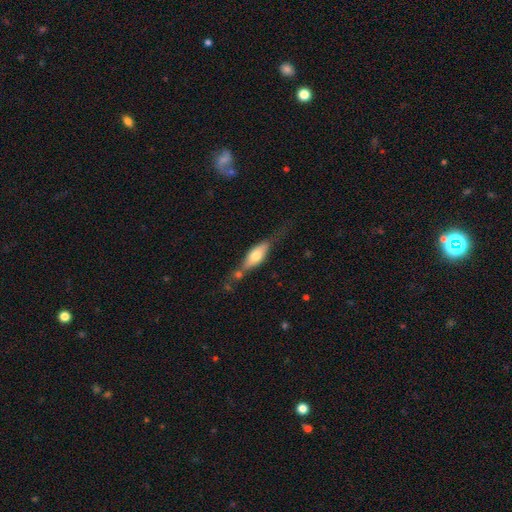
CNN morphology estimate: Overall: smooth (51%; featured or disk 43%). How rounded: in between (58%; cigar-shaped 39%). Merging: none (49%; minor disturbance 24%).